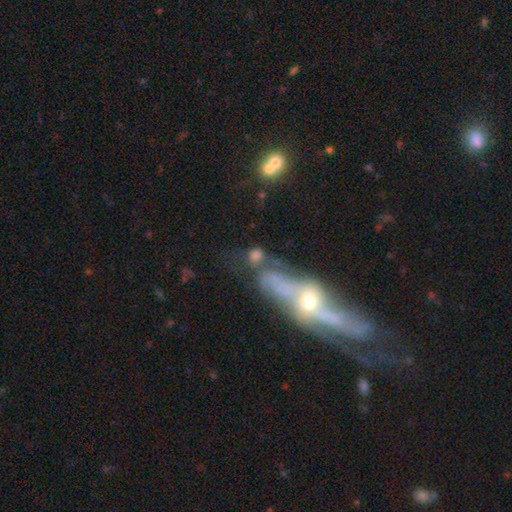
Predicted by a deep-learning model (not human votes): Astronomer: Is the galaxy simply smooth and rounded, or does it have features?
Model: smooth — 62%.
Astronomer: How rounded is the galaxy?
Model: round — 53% (runner-up: in between, 40%).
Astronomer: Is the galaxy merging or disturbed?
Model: none — 42% (runner-up: merger, 30%).